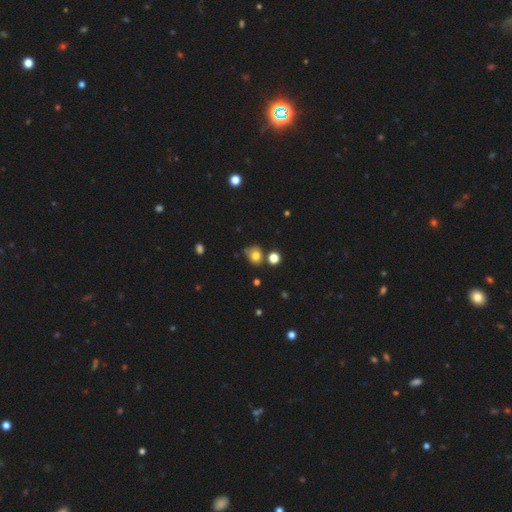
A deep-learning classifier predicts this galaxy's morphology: Overall: smooth (76%). How rounded: round (73%). Merging: none (62%).